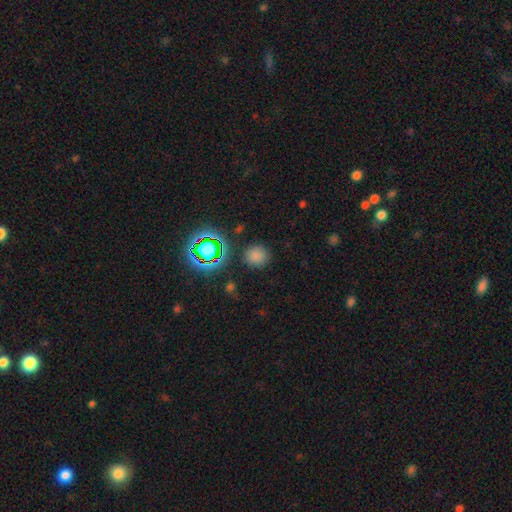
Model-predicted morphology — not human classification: A smooth galaxy with no disk features (72%) that is round (89%). Merging: none (85%).